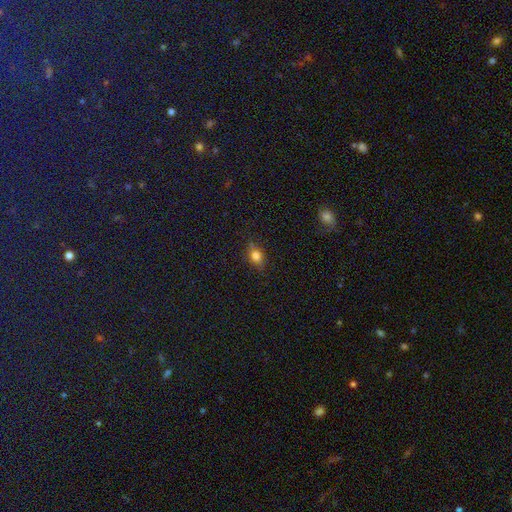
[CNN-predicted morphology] The model was most divided on "how rounded": in between: 58%, round: 39%, cigar-shaped: 3%. More confident: smooth or featured — smooth (78%); merging — none (75%).